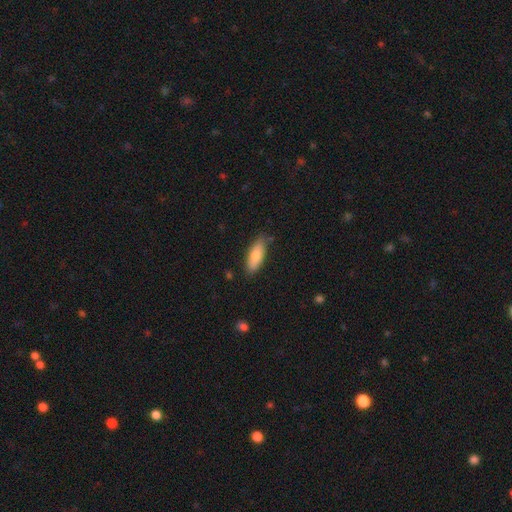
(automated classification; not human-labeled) Smooth or featured?
  - smooth: 80% *
  - featured or disk: 15%
  - star or artifact: 6%
How rounded?
  - in between: 69% *
  - cigar-shaped: 29%
  - round: 2%
Merging?
  - none: 79% *
  - minor disturbance: 17%
  - major disturbance: 3%
  - merger: 2%